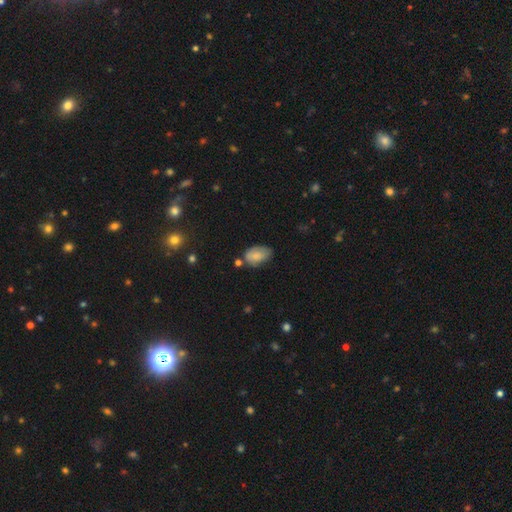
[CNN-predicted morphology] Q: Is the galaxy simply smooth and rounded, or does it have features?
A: smooth — 79%.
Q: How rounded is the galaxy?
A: in between — 91%.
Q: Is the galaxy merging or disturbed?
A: none — 55%.